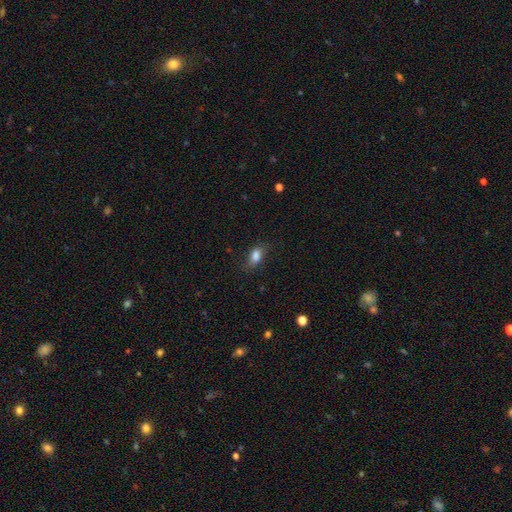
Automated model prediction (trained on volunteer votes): Q: Smooth or featured?
A: smooth (82%); runner-up: star or artifact (9%)
Q: How rounded?
A: in between (84%); runner-up: round (11%)
Q: Merging?
A: none (73%); runner-up: minor disturbance (19%)